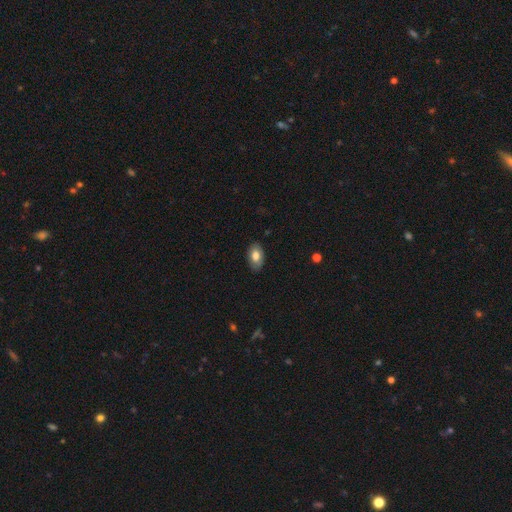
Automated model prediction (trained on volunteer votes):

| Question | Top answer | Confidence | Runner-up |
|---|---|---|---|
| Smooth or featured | smooth | 78% | featured or disk (16%) |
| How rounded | in between | 92% | round (7%) |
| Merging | none | 85% | minor disturbance (11%) |